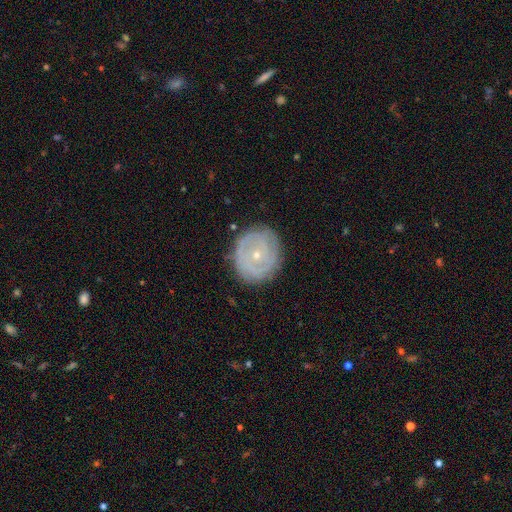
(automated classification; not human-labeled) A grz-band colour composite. It shows a featured or disk galaxy (72%) with no bar (80%), tight (77%) spiral arms (76%) and a small central bulge (74%). Merging: none (83%).